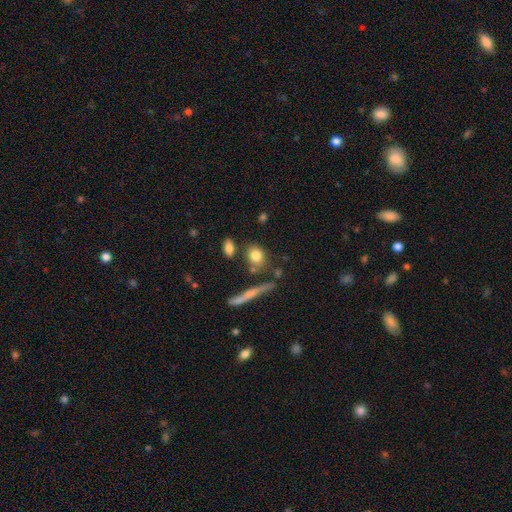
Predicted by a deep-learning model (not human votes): Smooth or featured? Predicted: smooth (p=0.79). How rounded? Predicted: round (p=0.49). Merging? Predicted: none (p=0.69).